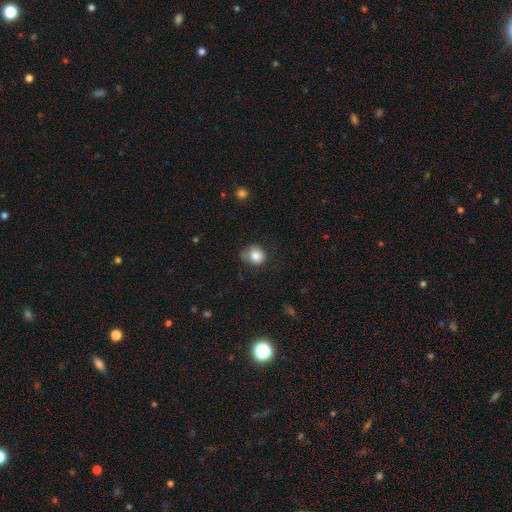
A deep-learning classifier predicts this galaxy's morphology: This is clearly a smooth galaxy (81%). How rounded: likely round (65%). Merging: possibly none (49%).